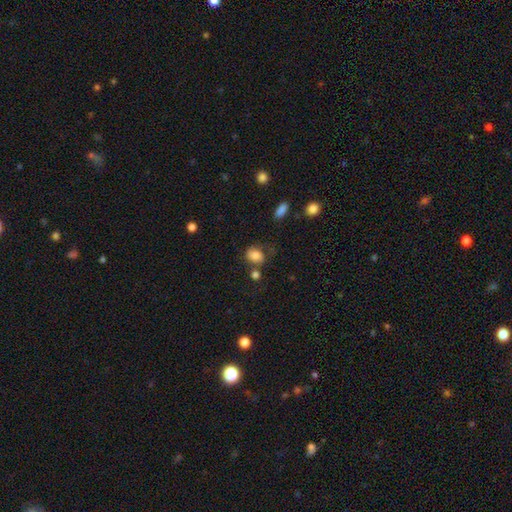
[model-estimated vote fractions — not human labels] Overall: smooth (80%). How rounded: in between (58%; round 41%). Merging: none (52%; minor disturbance 24%).